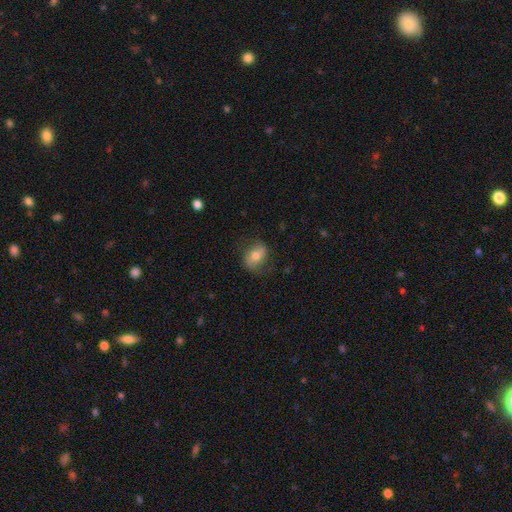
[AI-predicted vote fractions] This appears to be a smooth galaxy with no disk features (59%) that is in between round and cigar-shaped (55%). Merging: none (70%).